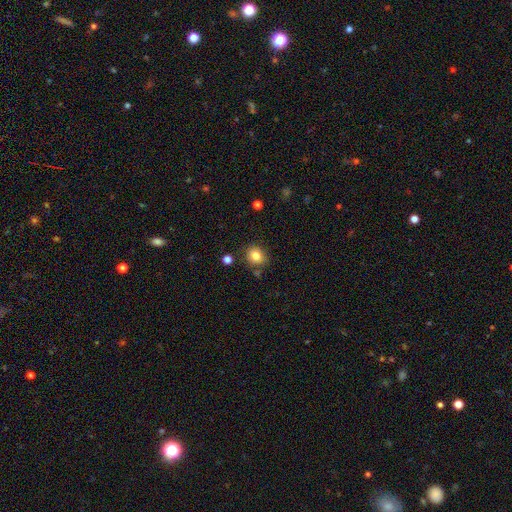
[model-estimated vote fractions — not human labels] Smooth or featured?
  - smooth: 81% *
  - star or artifact: 11%
  - featured or disk: 8%
How rounded?
  - round: 75% *
  - in between: 24%
  - cigar-shaped: 1%
Merging?
  - none: 80% *
  - minor disturbance: 13%
  - merger: 5%
  - major disturbance: 3%